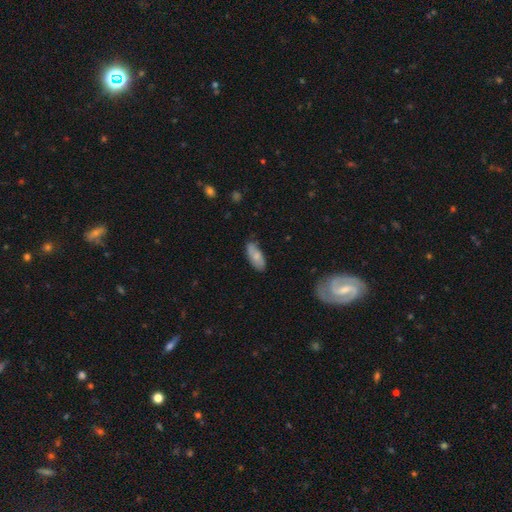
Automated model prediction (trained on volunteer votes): Smooth or featured? smooth (71%)
How rounded? in between (80%)
Merging? none (66%)